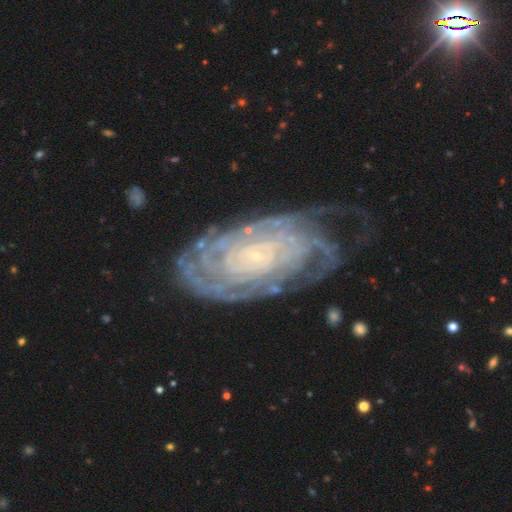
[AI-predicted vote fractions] smooth_or_featured: featured or disk (p=0.87) [alt: smooth p=0.07]
disk_edge_on: no (p=0.95) [alt: yes p=0.05]
bar: no (p=0.72) [alt: weak p=0.19]
has_spiral_arms: yes (p=0.97) [alt: no p=0.03]
spiral_winding: tight (p=0.84) [alt: medium p=0.13]
spiral_arm_count: can't tell (p=0.30) [alt: more than 4 p=0.21]
bulge_size: small (p=0.83) [alt: moderate p=0.07]
merging: none (p=0.68) [alt: minor disturbance p=0.20]